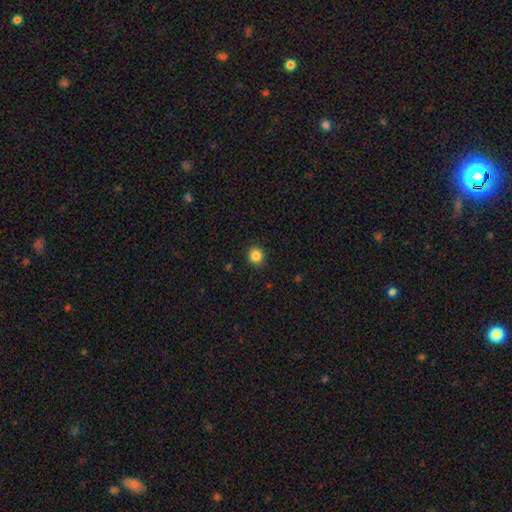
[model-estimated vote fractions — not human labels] Overall: smooth (86%). How rounded: round (88%). Merging: none (91%).